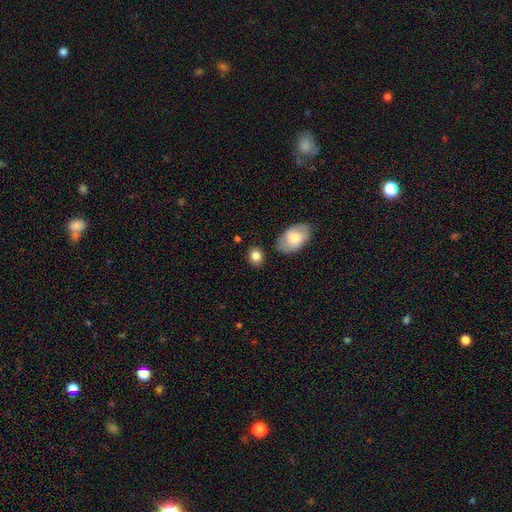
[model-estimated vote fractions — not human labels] Morphology: type=smooth (84%); roundness=round (54%); merging=none (80%).